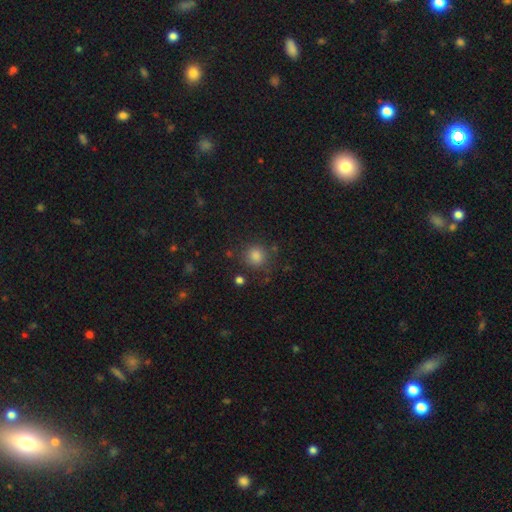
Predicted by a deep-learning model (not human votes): Morphology: type=smooth (81%); roundness=round (91%); merging=none (82%).